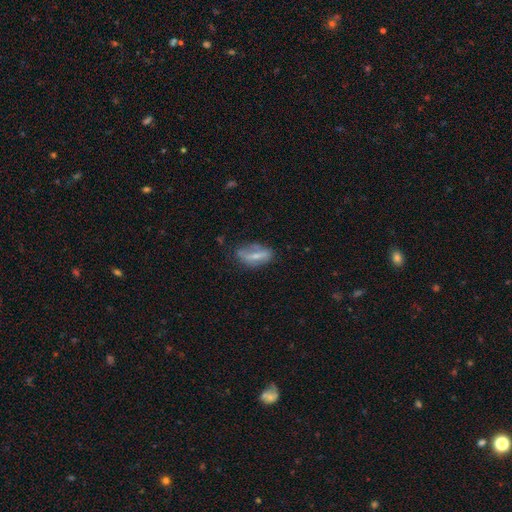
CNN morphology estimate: Smooth or featured? Predicted: smooth (p=0.47). Merging? Predicted: none (p=0.58).